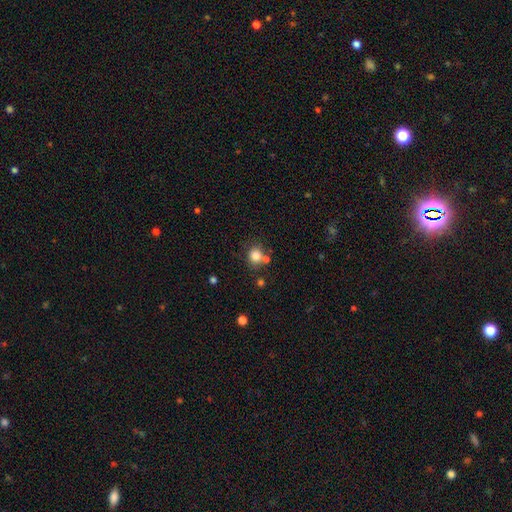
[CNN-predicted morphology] smooth 82%, star or artifact 12%, featured or disk 7%. Down the decision tree: how rounded — round (80%); merging — none (68%).